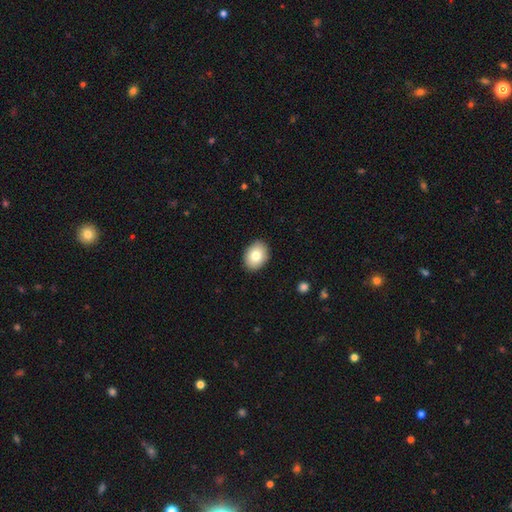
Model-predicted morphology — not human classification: smooth_or_featured: smooth (p=0.81) [alt: featured or disk p=0.11]
how_rounded: in between (p=0.66) [alt: round p=0.33]
merging: none (p=0.89) [alt: minor disturbance p=0.08]